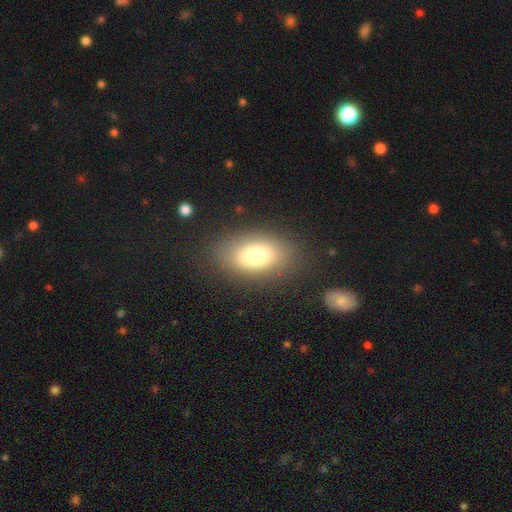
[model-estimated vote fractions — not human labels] Smooth or featured?
  - smooth: 76% *
  - featured or disk: 14%
  - star or artifact: 9%
How rounded?
  - in between: 89% *
  - round: 9%
  - cigar-shaped: 3%
Merging?
  - none: 81% *
  - minor disturbance: 11%
  - major disturbance: 5%
  - merger: 2%